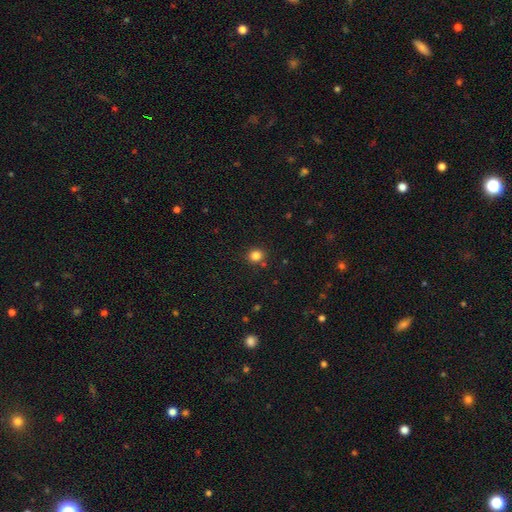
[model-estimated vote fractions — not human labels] Overall: smooth (83%). How rounded: round (85%). Merging: none (86%).